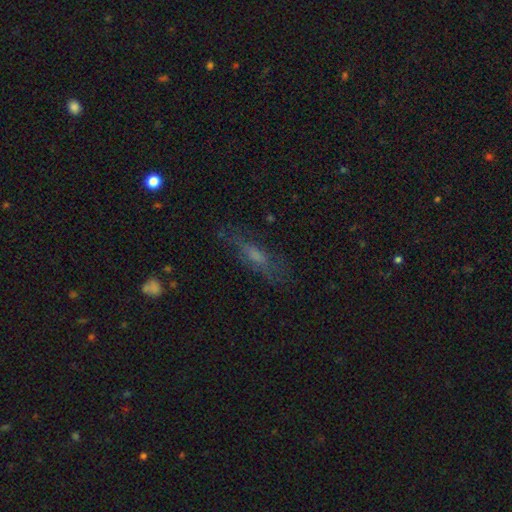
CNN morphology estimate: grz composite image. It shows a smooth galaxy with no disk features (42%, tied with featured or disk). Merging: none (68%).